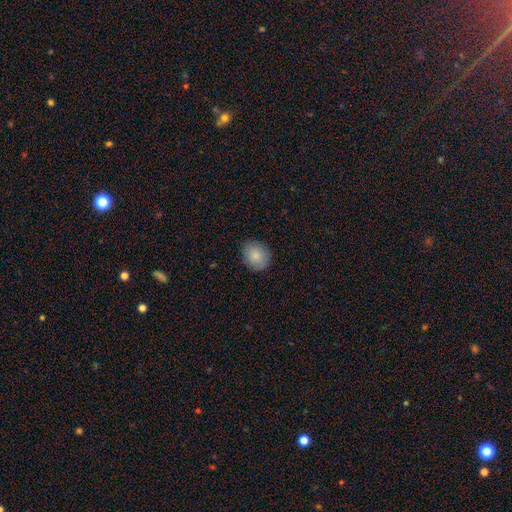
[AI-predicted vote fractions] Q: Smooth or featured?
A: smooth (86%); runner-up: star or artifact (8%)
Q: How rounded?
A: round (63%); runner-up: in between (36%)
Q: Merging?
A: none (85%); runner-up: minor disturbance (12%)